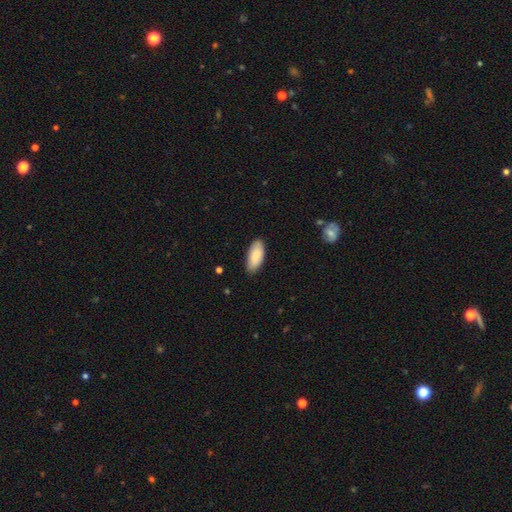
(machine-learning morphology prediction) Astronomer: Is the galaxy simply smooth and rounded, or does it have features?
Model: smooth — 88%.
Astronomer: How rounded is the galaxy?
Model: in between — 88%.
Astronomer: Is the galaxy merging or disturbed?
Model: none — 85%.